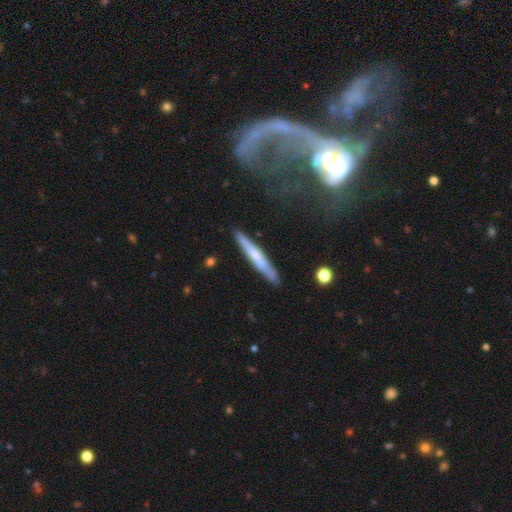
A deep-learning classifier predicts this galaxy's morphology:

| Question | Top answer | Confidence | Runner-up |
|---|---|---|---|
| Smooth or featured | smooth | 49% | featured or disk (45%) |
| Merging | none | 88% | minor disturbance (9%) |